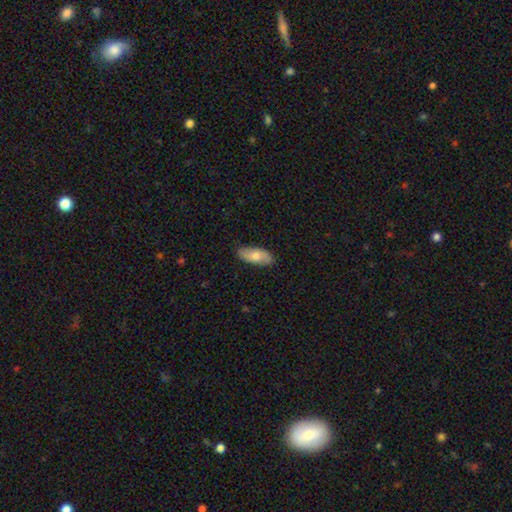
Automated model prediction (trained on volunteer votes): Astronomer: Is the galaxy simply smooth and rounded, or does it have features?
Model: smooth — 64%.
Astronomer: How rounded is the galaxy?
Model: in between — 85%.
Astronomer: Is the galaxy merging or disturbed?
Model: none — 85%.